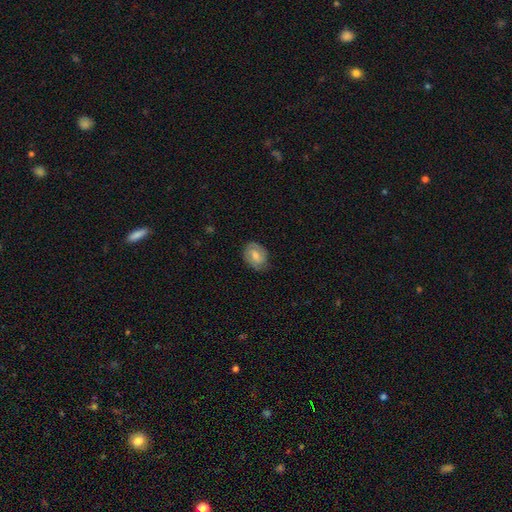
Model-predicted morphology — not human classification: Q: Smooth or featured?
A: featured or disk (47%); runner-up: smooth (45%)
Q: Merging?
A: none (75%); runner-up: minor disturbance (19%)